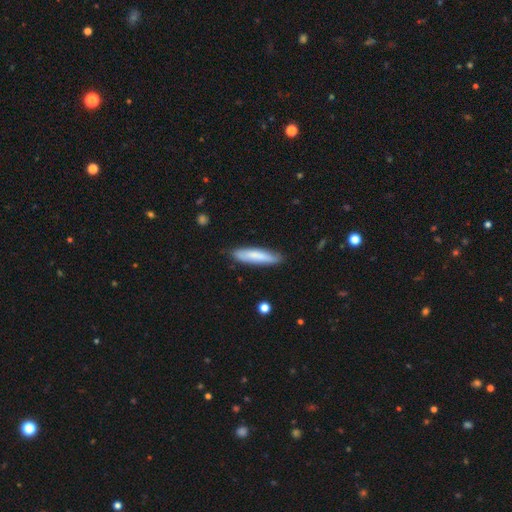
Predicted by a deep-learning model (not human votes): A smooth galaxy with no disk features (76%) that is cigar-shaped (80%).

Vote fractions:
- Smooth or featured? smooth: 76% / featured or disk: 19% / star or artifact: 6%
- How rounded? cigar-shaped: 80% / in between: 19% / round: 1%
- Merging? none: 83% / minor disturbance: 14% / major disturbance: 2% / merger: 1%